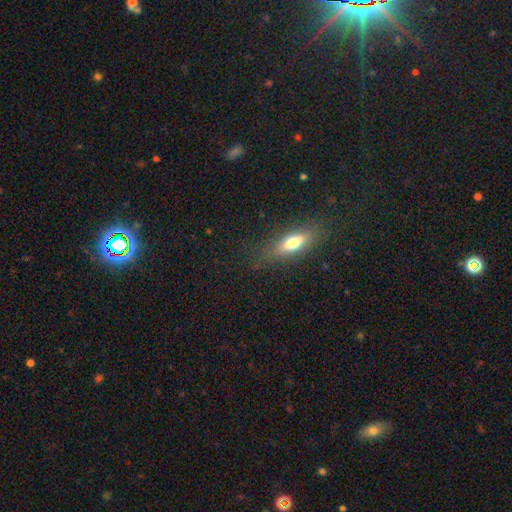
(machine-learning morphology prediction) This is possibly a smooth galaxy (49%). Merging: clearly none (84%).